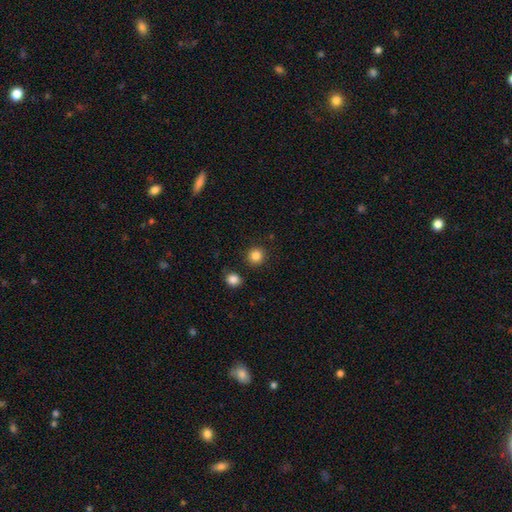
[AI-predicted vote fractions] A smooth galaxy with no disk features (85%) that is round (92%). Merging: none (89%).